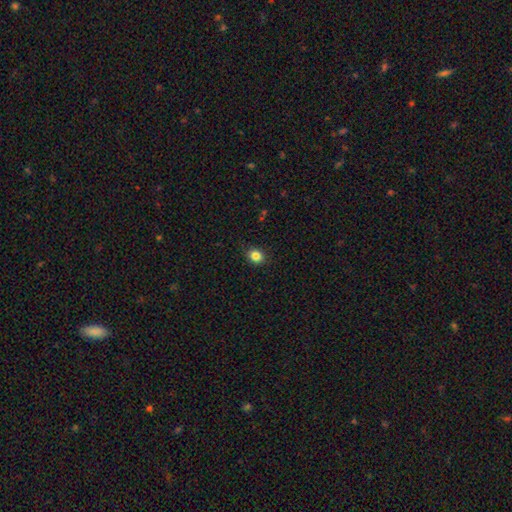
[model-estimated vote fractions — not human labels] Morphology: type=smooth (84%); roundness=round (60%); merging=none (87%).